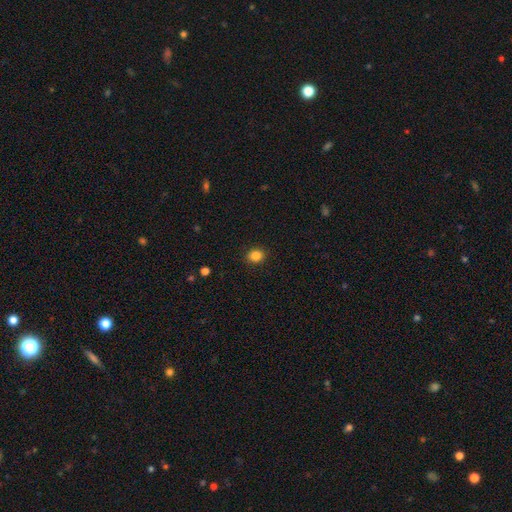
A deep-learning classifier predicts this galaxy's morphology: Smooth or featured?
  - smooth: 86% *
  - star or artifact: 11%
  - featured or disk: 3%
How rounded?
  - round: 72% *
  - in between: 27%
  - cigar-shaped: 1%
Merging?
  - none: 90% *
  - minor disturbance: 7%
  - major disturbance: 2%
  - merger: 1%